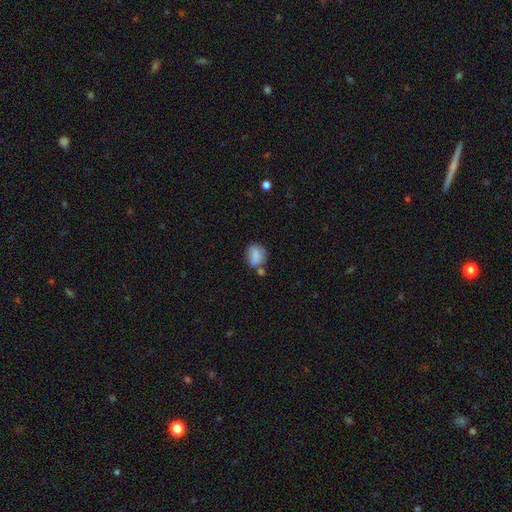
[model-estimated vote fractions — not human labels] Overall: smooth (80%). How rounded: in between (49%, tied with round). Merging: none (51%; minor disturbance 23%).